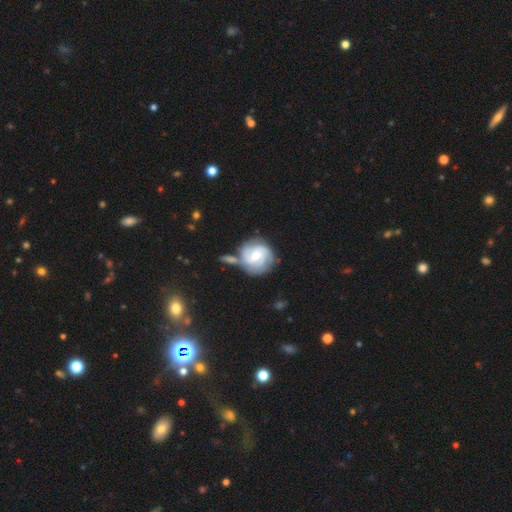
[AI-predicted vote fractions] Q: Smooth or featured?
A: featured or disk (75%); runner-up: smooth (19%)
Q: Edge-on disk?
A: no (97%); runner-up: yes (3%)
Q: Bar?
A: no (51%); runner-up: weak (40%)
Q: Spiral arms?
A: yes (91%); runner-up: no (9%)
Q: Spiral winding?
A: tight (60%); runner-up: medium (31%)
Q: Spiral arm count?
A: 3 (29%); runner-up: can't tell (28%)
Q: Bulge size?
A: moderate (66%); runner-up: small (29%)
Q: Merging?
A: none (52%); runner-up: merger (22%)